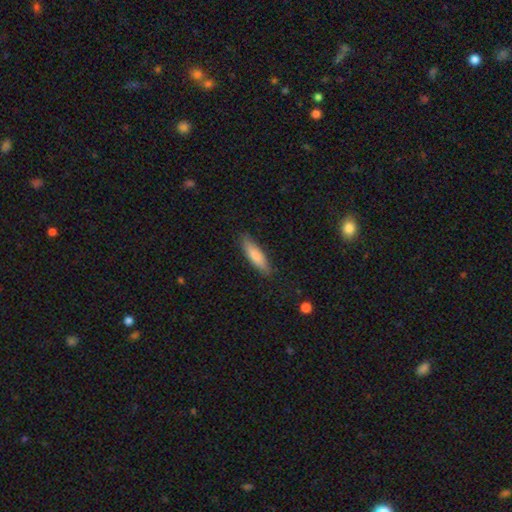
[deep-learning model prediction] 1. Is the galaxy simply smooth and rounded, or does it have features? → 80% smooth, 15% featured or disk, 5% star or artifact.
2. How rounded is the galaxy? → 63% cigar-shaped, 36% in between, 1% round.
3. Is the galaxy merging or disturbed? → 85% none, 12% minor disturbance, 2% major disturbance, 1% merger.